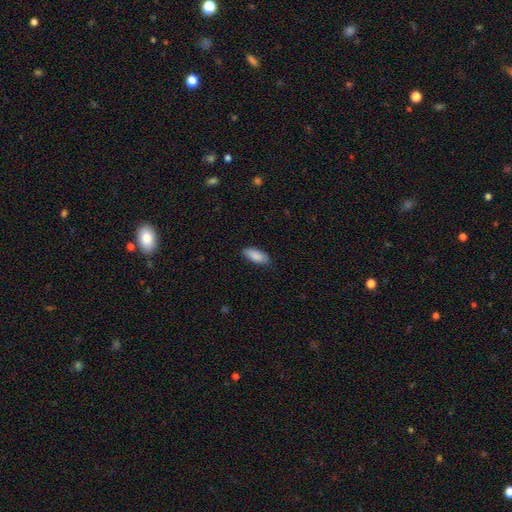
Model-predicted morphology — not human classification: type=smooth (89%); roundness=in between (82%); merging=none (84%).